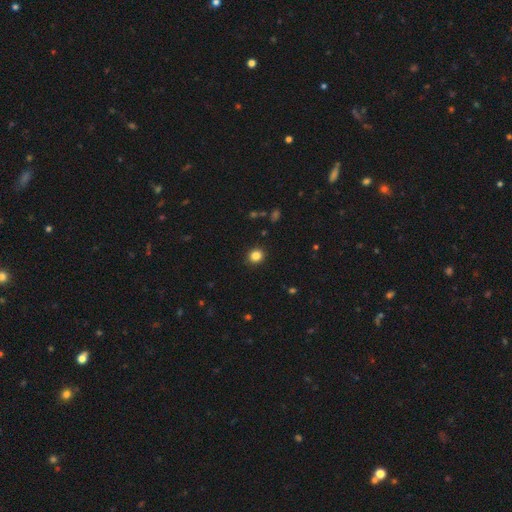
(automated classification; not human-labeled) Overall: smooth (84%). How rounded: round (83%). Merging: none (91%).